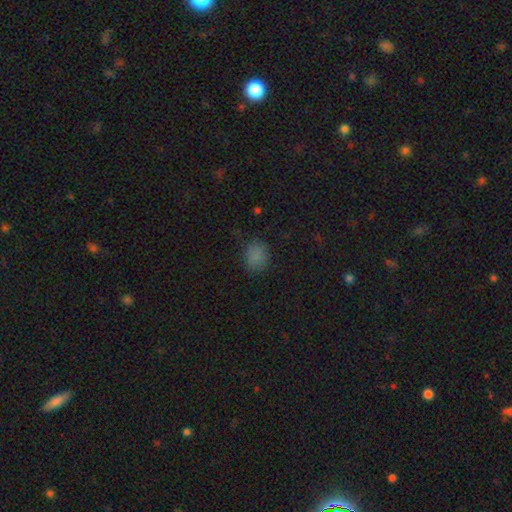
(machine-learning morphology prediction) smooth-or-featured: smooth: 80% | star or artifact: 16% | featured or disk: 5%
  how-rounded: round: 56% | in between: 42% | cigar-shaped: 1%
  merging: none: 79% | minor disturbance: 16% | major disturbance: 4% | merger: 1%